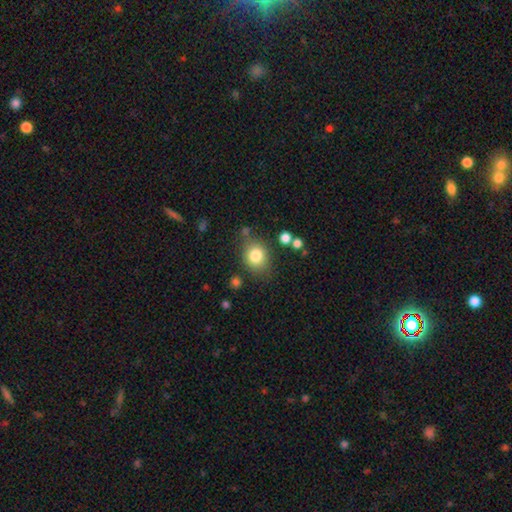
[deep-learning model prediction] Smooth or featured? smooth (81%)
How rounded? round (59%)
Merging? none (73%)